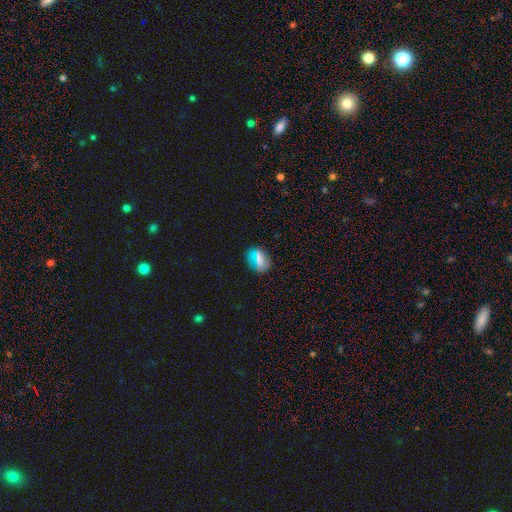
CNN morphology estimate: type=smooth (63%); roundness=in between (52%); merging=none (80%).